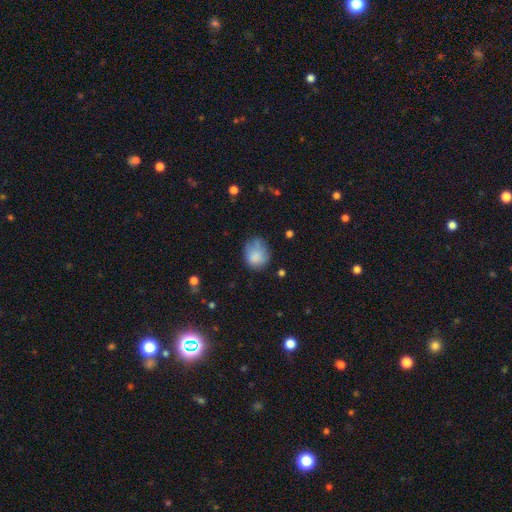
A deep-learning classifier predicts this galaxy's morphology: smooth 78%, featured or disk 13%, star or artifact 9%. Down the decision tree: how rounded — round (62%); merging — none (51%).